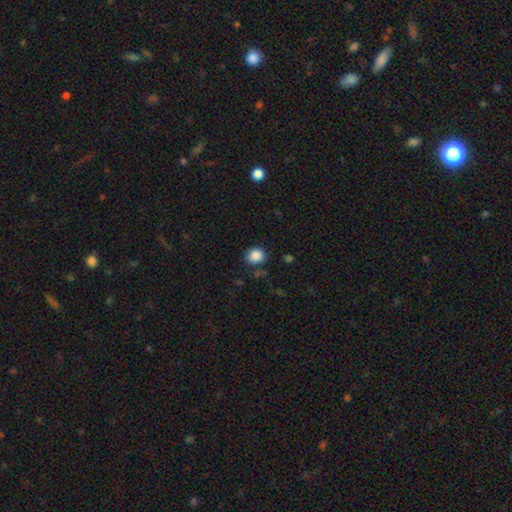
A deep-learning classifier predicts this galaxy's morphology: The model was most divided on "how rounded": round: 73%, in between: 27%, cigar-shaped: 1%. More confident: smooth or featured — smooth (87%); merging — none (83%).